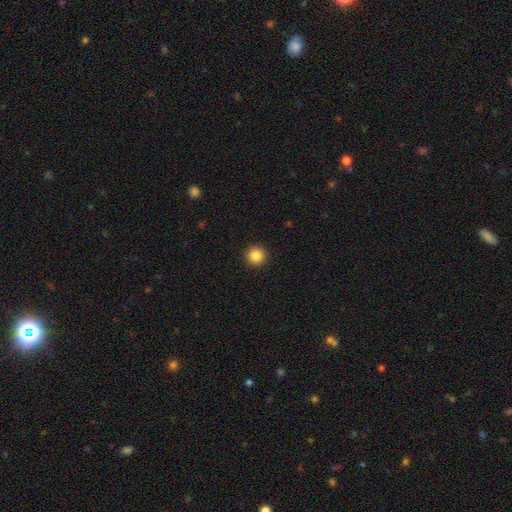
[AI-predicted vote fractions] This appears to be a smooth galaxy with no disk features (86%) that is round (95%). Merging: none (93%).